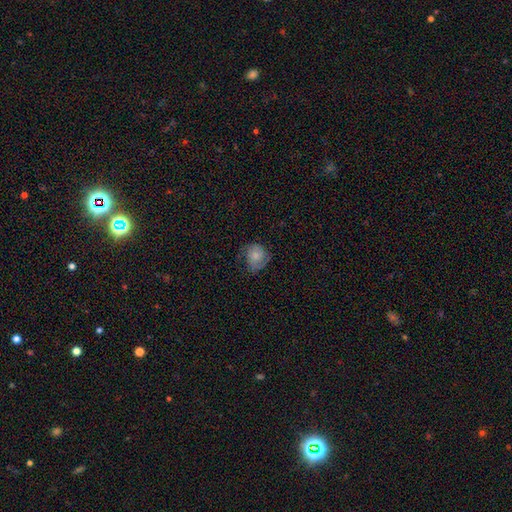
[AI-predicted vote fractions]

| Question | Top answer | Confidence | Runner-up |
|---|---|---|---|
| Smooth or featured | smooth | 54% | featured or disk (38%) |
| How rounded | round | 73% | in between (26%) |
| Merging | none | 59% | minor disturbance (27%) |